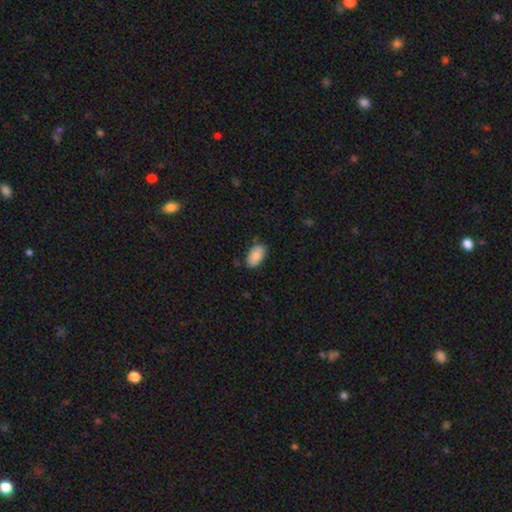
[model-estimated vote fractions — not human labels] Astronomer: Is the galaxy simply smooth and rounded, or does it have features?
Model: smooth — 87%.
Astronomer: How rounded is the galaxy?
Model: in between — 95%.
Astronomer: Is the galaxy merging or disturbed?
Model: none — 81%.